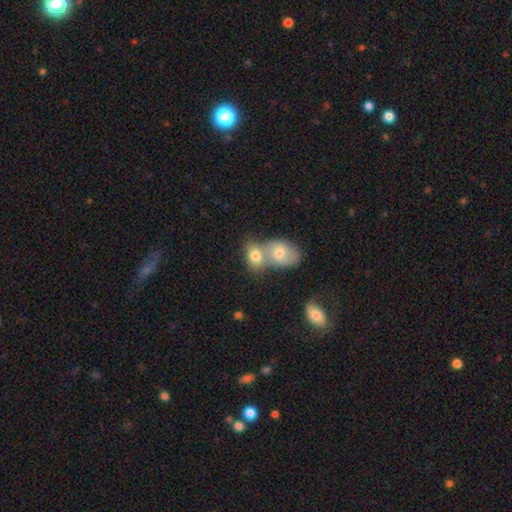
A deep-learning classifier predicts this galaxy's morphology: Smooth or featured? smooth (75%)
How rounded? in between (62%)
Merging? merger (63%)